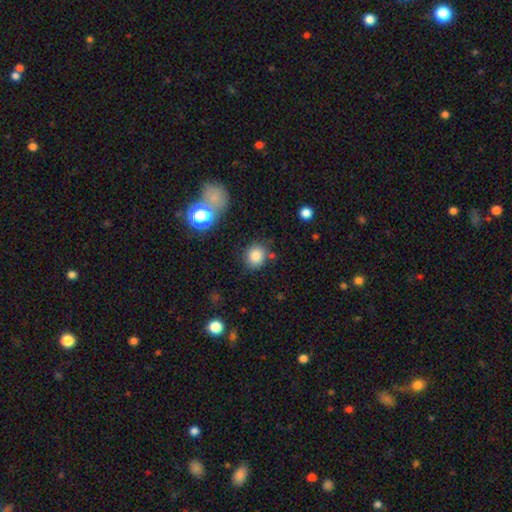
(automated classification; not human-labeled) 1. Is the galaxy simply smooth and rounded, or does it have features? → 83% smooth, 11% star or artifact, 6% featured or disk.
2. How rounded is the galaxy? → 81% round, 18% in between, 1% cigar-shaped.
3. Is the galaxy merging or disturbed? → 78% none, 12% minor disturbance, 6% merger, 4% major disturbance.